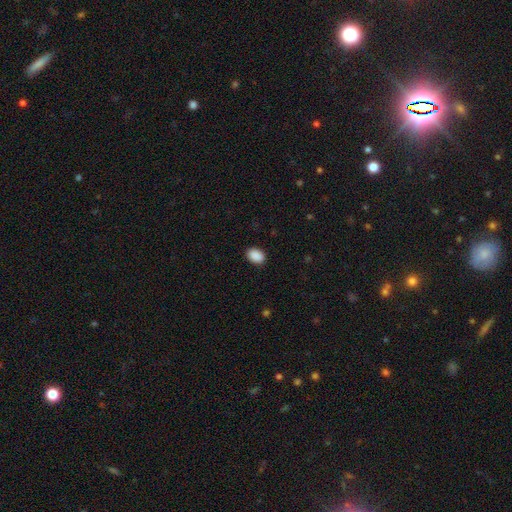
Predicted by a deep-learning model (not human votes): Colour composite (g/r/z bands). It shows a smooth galaxy with no disk features (90%) that is in between round and cigar-shaped (82%). Merging: none (89%).